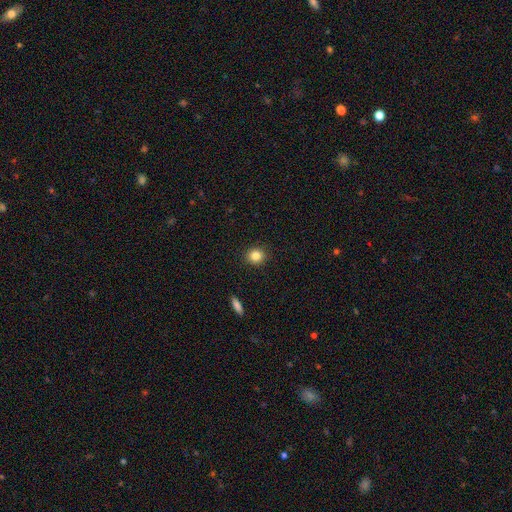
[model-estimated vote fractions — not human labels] A smooth galaxy with no disk features (84%) that is round (86%). Merging: none (92%).